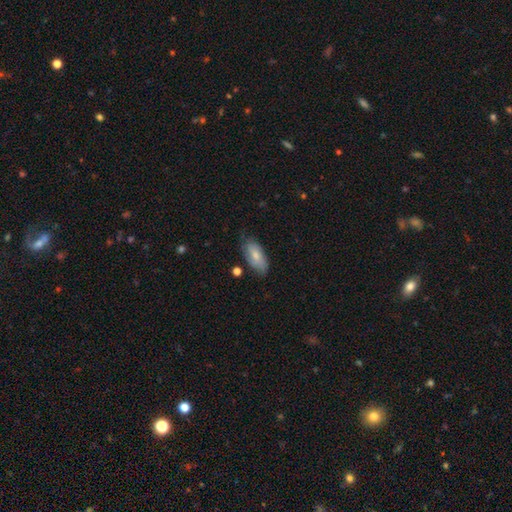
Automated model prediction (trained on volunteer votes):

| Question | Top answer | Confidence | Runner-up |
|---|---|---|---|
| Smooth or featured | smooth | 69% | featured or disk (25%) |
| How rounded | in between | 90% | cigar-shaped (7%) |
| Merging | none | 66% | minor disturbance (26%) |